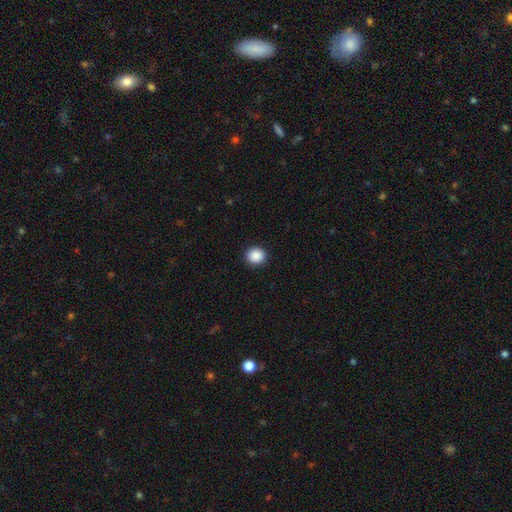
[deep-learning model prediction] A smooth galaxy with no disk features (89%) that is round (86%). Merging: none (92%).